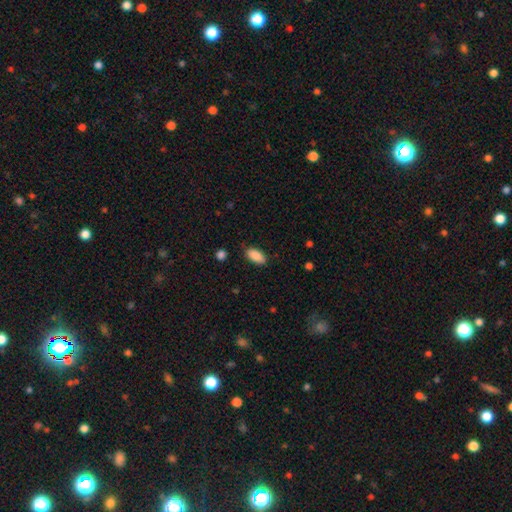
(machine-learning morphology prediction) smooth-or-featured: smooth: 89% | star or artifact: 7% | featured or disk: 4%
  how-rounded: in between: 92% | cigar-shaped: 6% | round: 2%
  merging: none: 84% | minor disturbance: 12% | major disturbance: 3% | merger: 1%